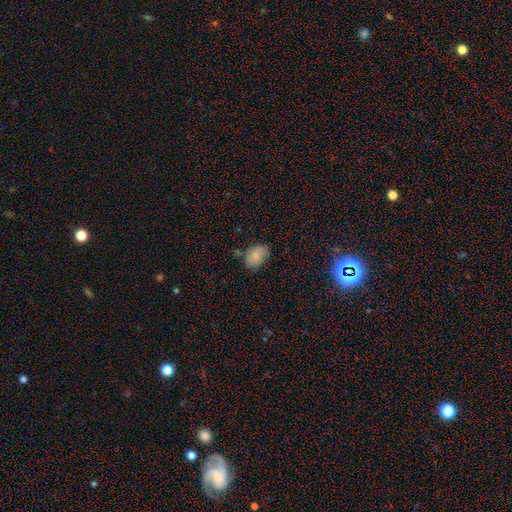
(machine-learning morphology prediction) Overall: smooth (80%). How rounded: in between (79%). Merging: none (64%; minor disturbance 26%).